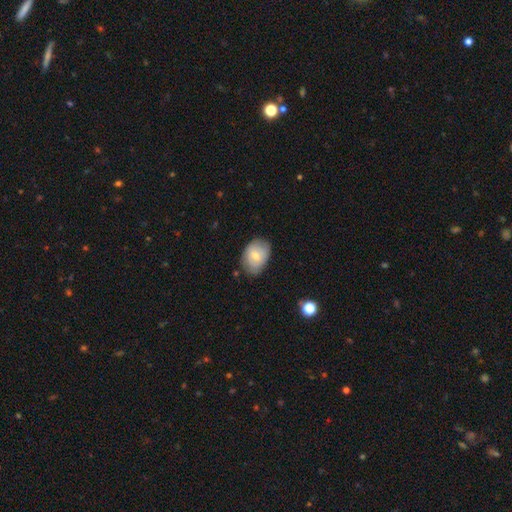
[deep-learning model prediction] A smooth galaxy with no disk features (70%) that is in between round and cigar-shaped (75%).

Vote fractions:
- Smooth or featured? smooth: 70% / featured or disk: 23% / star or artifact: 7%
- How rounded? in between: 75% / round: 24% / cigar-shaped: 1%
- Merging? none: 73% / minor disturbance: 21% / major disturbance: 4% / merger: 1%